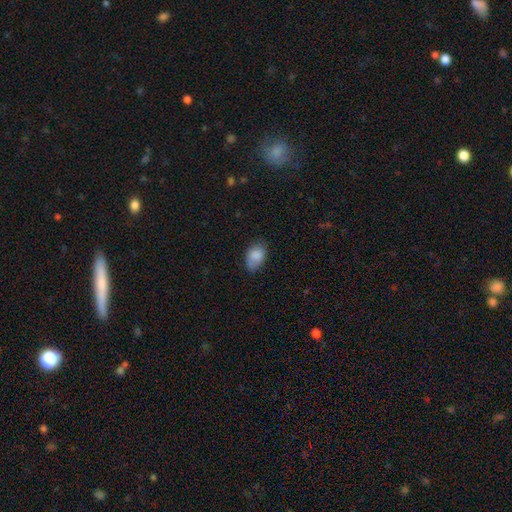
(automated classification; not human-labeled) smooth-or-featured: smooth: 85% | star or artifact: 8% | featured or disk: 7%
  how-rounded: in between: 87% | round: 12% | cigar-shaped: 1%
  merging: none: 66% | minor disturbance: 27% | major disturbance: 6% | merger: 2%